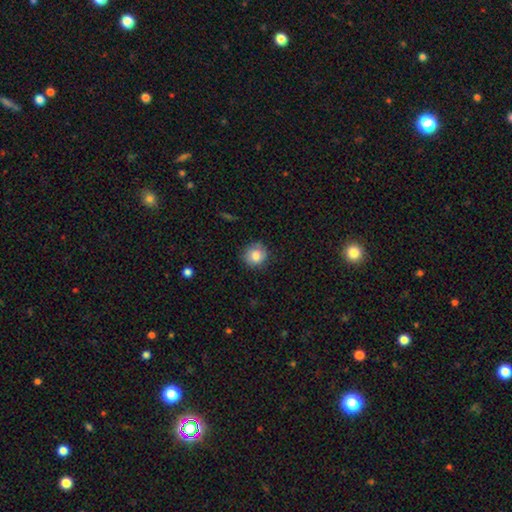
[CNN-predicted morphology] Q: Smooth or featured?
A: smooth (81%); runner-up: featured or disk (10%)
Q: How rounded?
A: round (88%); runner-up: in between (11%)
Q: Merging?
A: none (81%); runner-up: minor disturbance (14%)